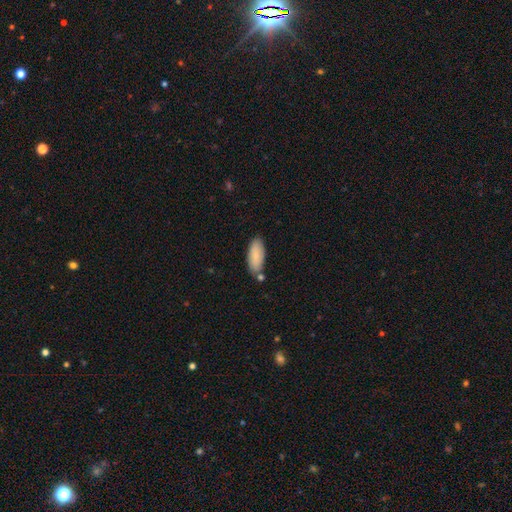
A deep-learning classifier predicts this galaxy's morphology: This is clearly a smooth galaxy (83%). How rounded: clearly in between (82%). Merging: likely none (69%).